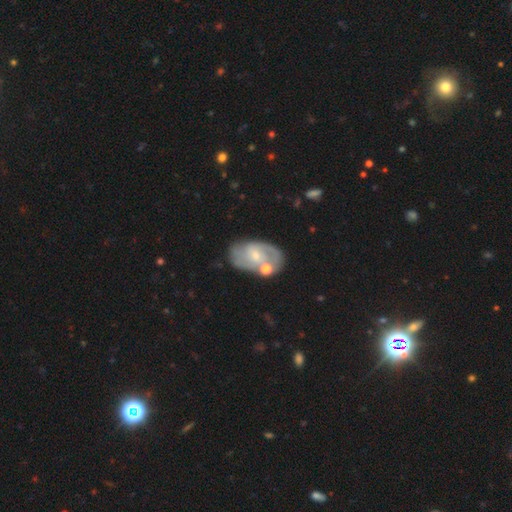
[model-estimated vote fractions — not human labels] This appears to be a featured or disk galaxy (70%) with no bar (51%), 2 (67%) medium (44%) spiral arms (82%) and a small central bulge (67%). Merging: none (60%).